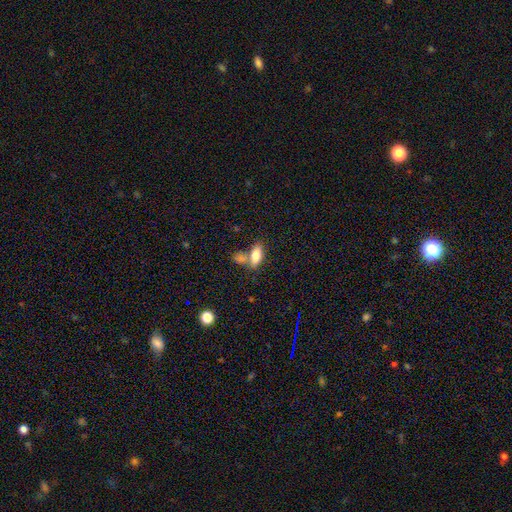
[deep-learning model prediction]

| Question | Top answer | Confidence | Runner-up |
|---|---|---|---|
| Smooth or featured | smooth | 75% | featured or disk (18%) |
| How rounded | in between | 82% | cigar-shaped (14%) |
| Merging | none | 49% | merger (33%) |